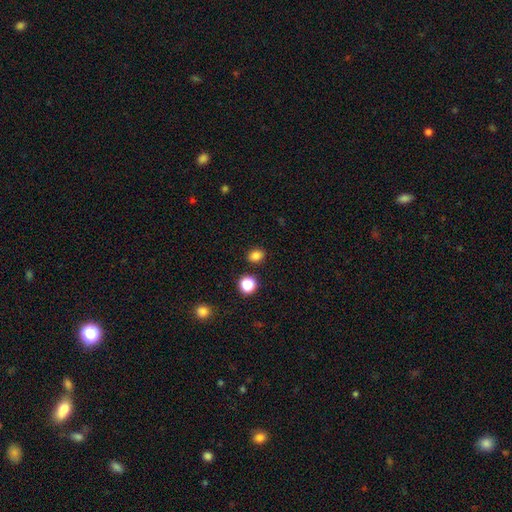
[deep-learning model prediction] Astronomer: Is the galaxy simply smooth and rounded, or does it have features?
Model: smooth — 82%.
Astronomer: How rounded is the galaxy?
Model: round — 54% (runner-up: in between, 45%).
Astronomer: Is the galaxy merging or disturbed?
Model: none — 86%.